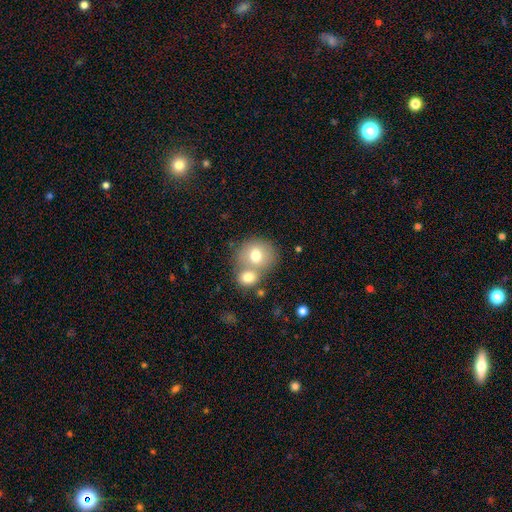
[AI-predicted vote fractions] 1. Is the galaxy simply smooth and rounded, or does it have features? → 73% smooth, 17% featured or disk, 9% star or artifact.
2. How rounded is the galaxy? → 77% round, 22% in between, 1% cigar-shaped.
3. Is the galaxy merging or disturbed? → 48% merger, 41% none, 8% minor disturbance, 3% major disturbance.